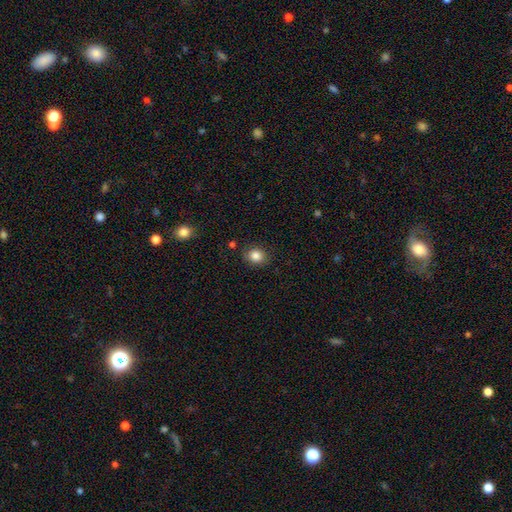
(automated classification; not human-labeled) Morphology: type=smooth (84%); roundness=round (67%); merging=none (85%).